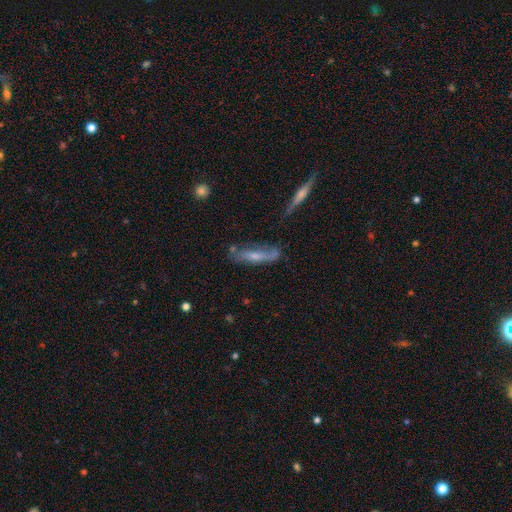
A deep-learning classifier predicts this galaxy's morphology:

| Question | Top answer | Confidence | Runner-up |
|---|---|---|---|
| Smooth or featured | featured or disk | 53% | smooth (39%) |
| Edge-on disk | no | 50% | tied: yes (50%) |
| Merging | none | 53% | minor disturbance (27%) |